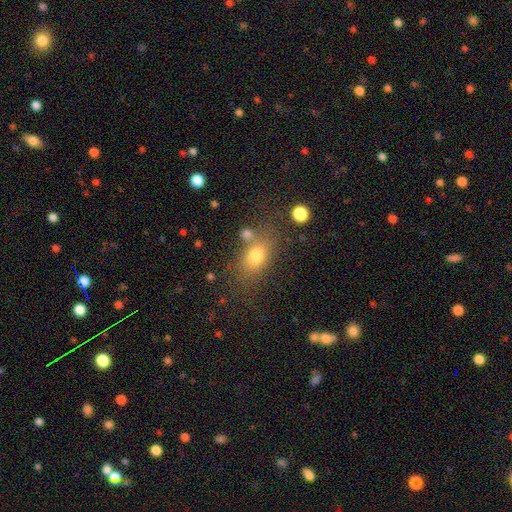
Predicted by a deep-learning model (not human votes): smooth-or-featured: smooth: 76% | featured or disk: 12% | star or artifact: 12%
  how-rounded: in between: 74% | round: 24% | cigar-shaped: 3%
  merging: none: 64% | minor disturbance: 16% | merger: 12% | major disturbance: 8%